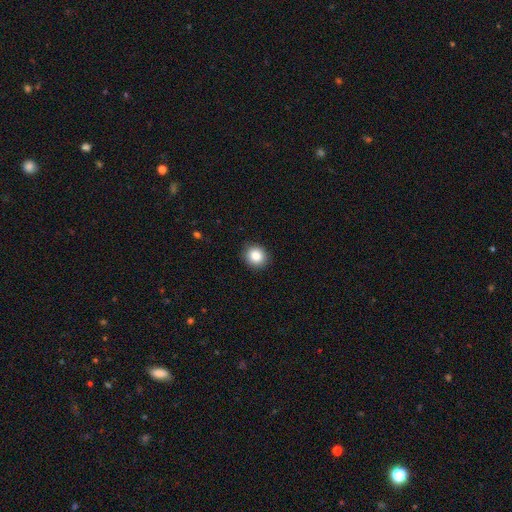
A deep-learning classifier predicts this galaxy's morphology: This appears to be a smooth galaxy with no disk features (86%) that is round (84%). Merging: none (90%).